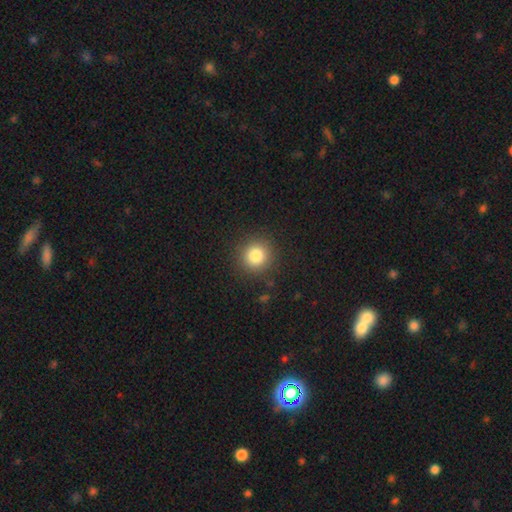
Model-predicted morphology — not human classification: Smooth or featured? Predicted: smooth (p=0.82). How rounded? Predicted: round (p=0.93). Merging? Predicted: none (p=0.90).